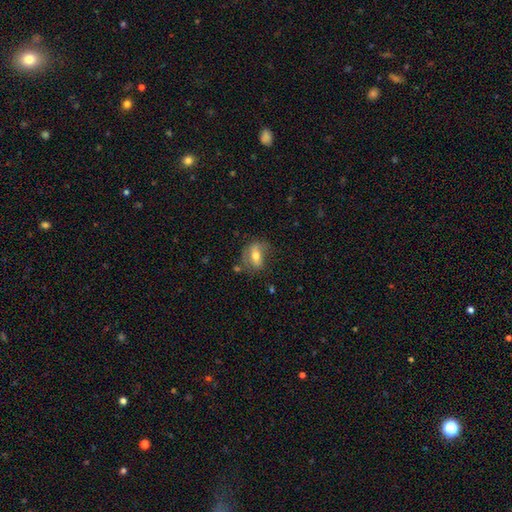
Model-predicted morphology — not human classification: A smooth galaxy with no disk features (52%) that is in between round and cigar-shaped (72%). Merging: none (55%).